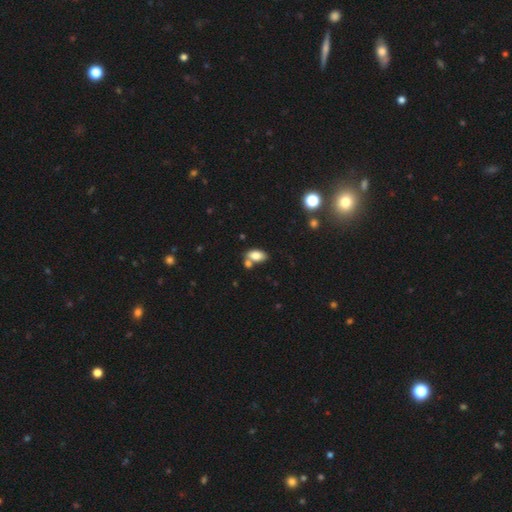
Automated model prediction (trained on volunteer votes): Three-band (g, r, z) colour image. It shows a smooth galaxy with no disk features (83%) that is in between round and cigar-shaped (91%). Merging: none (54%).